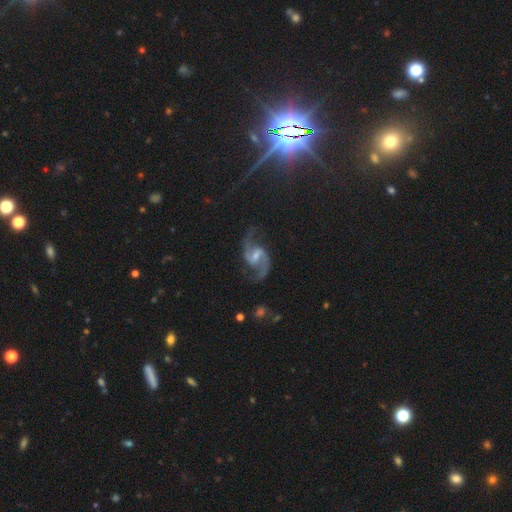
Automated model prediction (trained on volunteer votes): The model was most divided on "bulge size": small: 44%, moderate: 40%, none: 12%, large: 4%, dominant: 1%. More confident: edge-on disk — no (98%); spiral arms — yes (97%); spiral arm count — 2 (94%); smooth or featured — featured or disk (91%); merging — none (77%); bar — weak (58%); spiral winding — loose (54%).